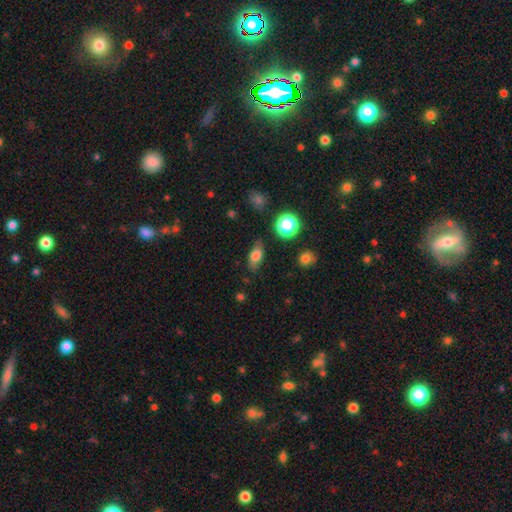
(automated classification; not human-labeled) Q: Smooth or featured?
A: smooth (75%); runner-up: featured or disk (14%)
Q: How rounded?
A: in between (79%); runner-up: round (13%)
Q: Merging?
A: none (78%); runner-up: minor disturbance (16%)